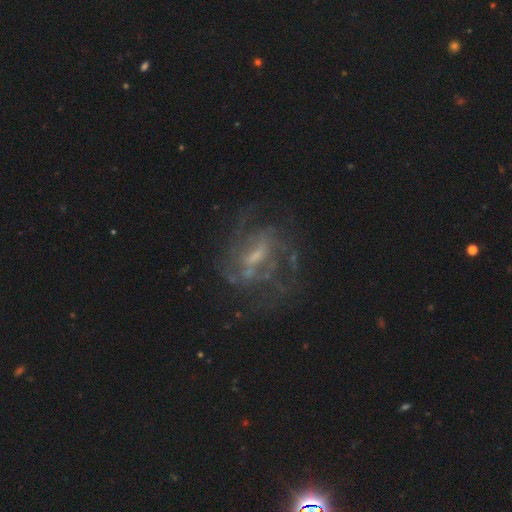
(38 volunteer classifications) This is likely a featured or disk galaxy (79%). It is clearly not viewed edge-on (100%). Bar: likely weak (67%). Spiral arm pattern: clearly yes (93%). Spiral arm count: marginally 2 (43%). Spiral winding: possibly medium (50%). Central bulge: possibly small (53%). Merging: likely none (69%).